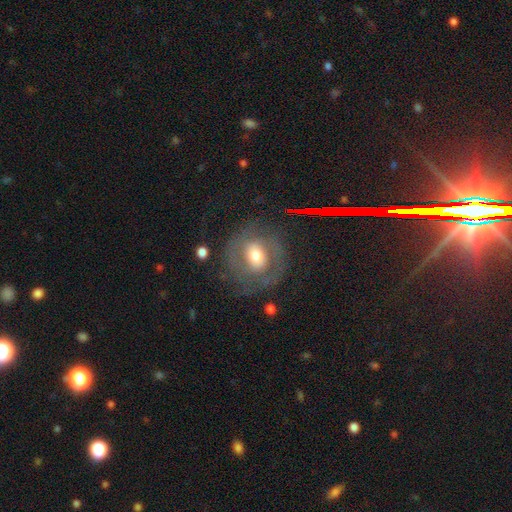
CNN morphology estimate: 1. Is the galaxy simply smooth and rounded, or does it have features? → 66% featured or disk, 25% smooth, 10% star or artifact.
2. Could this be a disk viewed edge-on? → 96% no, 4% yes.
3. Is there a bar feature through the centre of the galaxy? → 44% no, 38% weak, 17% strong.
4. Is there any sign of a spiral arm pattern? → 76% yes, 24% no.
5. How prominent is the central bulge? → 65% moderate, 18% small, 14% large, 2% dominant, 1% none.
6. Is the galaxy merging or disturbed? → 73% none, 15% minor disturbance, 10% major disturbance, 2% merger.